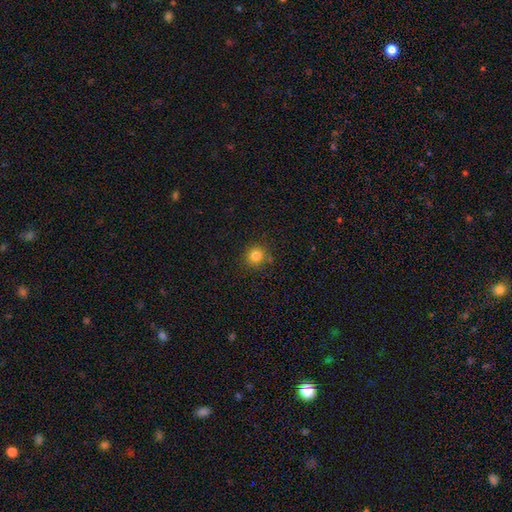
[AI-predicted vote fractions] Q: Smooth or featured?
A: smooth (83%); runner-up: star or artifact (12%)
Q: How rounded?
A: round (90%); runner-up: in between (9%)
Q: Merging?
A: none (82%); runner-up: minor disturbance (11%)